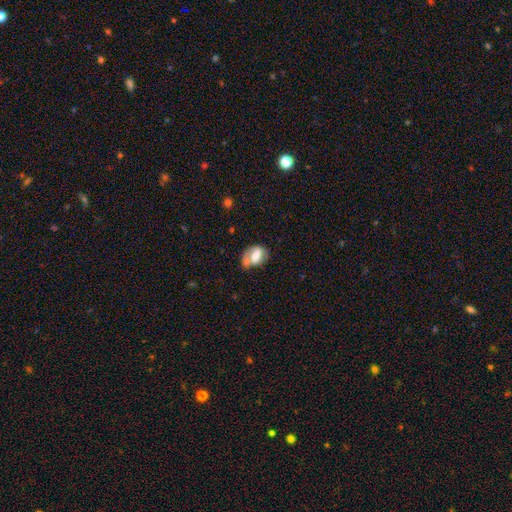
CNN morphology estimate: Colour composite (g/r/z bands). It shows a smooth galaxy with no disk features (60%) that is in between round and cigar-shaped (77%). Merging: none (35%).